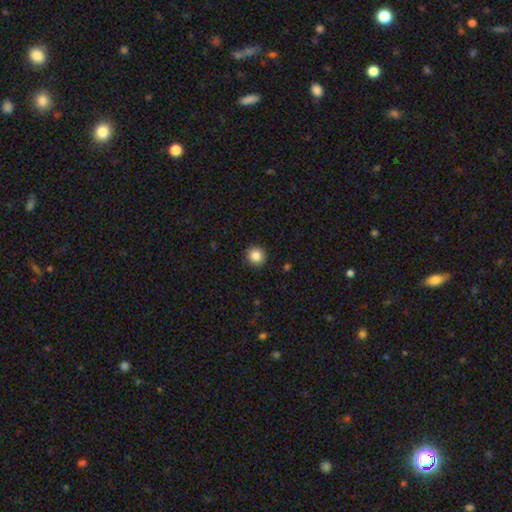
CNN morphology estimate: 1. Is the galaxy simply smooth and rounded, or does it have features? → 86% smooth, 10% star or artifact, 4% featured or disk.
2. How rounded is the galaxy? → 94% round, 5% in between, 1% cigar-shaped.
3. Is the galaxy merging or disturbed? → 92% none, 5% minor disturbance, 2% major disturbance, 1% merger.